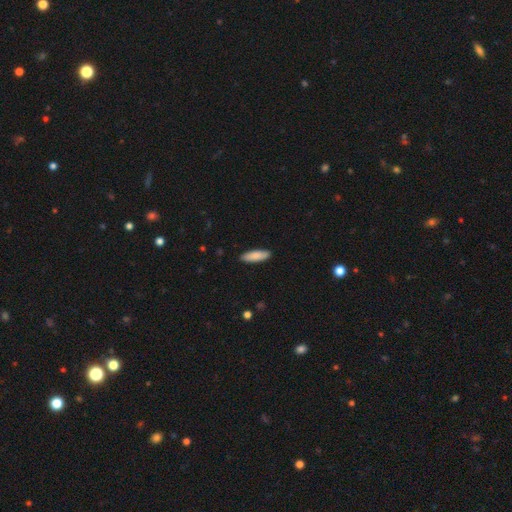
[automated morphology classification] This appears to be a smooth galaxy with no disk features (88%) that is cigar-shaped (50%). Merging: none (90%).